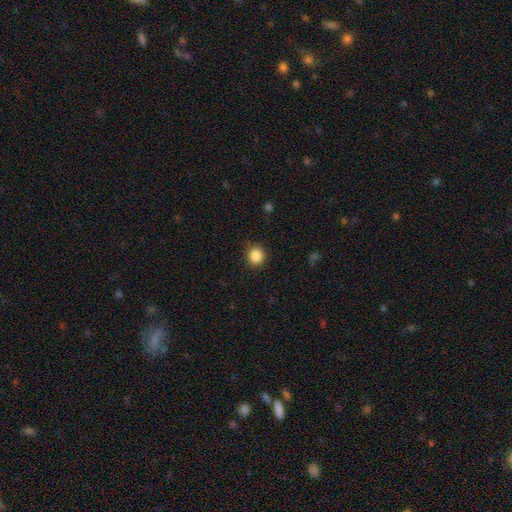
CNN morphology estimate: The model was most divided on "how rounded": round: 80%, in between: 19%, cigar-shaped: 1%. More confident: merging — none (87%); smooth or featured — smooth (87%).